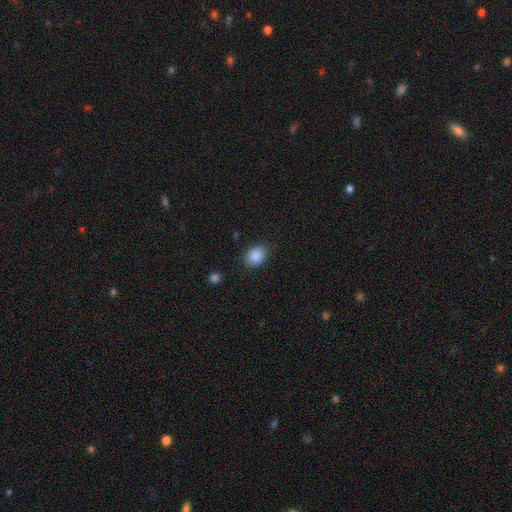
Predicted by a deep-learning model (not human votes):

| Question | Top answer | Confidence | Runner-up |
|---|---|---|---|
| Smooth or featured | smooth | 88% | star or artifact (8%) |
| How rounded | in between | 51% | round (48%) |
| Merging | none | 86% | minor disturbance (10%) |